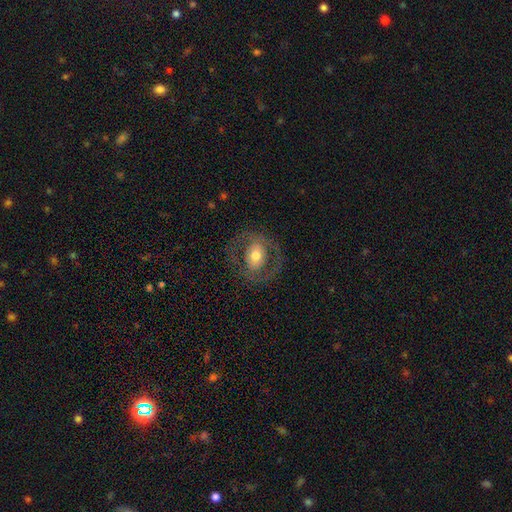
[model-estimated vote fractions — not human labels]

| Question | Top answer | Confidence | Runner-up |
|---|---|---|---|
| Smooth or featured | featured or disk | 53% | smooth (40%) |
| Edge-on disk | no | 95% | yes (5%) |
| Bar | no | 64% | weak (24%) |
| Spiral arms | no | 64% | yes (36%) |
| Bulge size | moderate | 68% | large (15%) |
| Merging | none | 74% | minor disturbance (12%) |